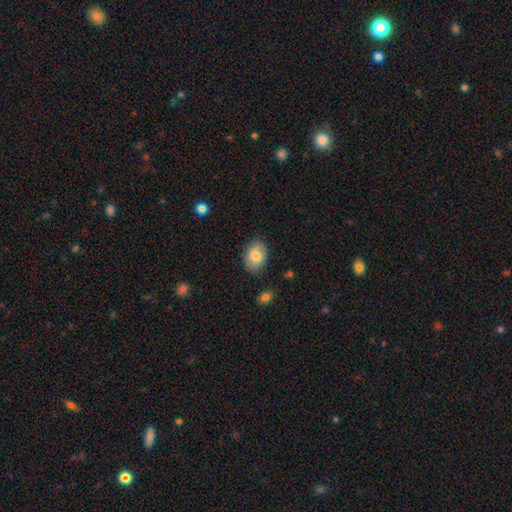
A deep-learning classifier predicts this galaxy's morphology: Smooth or featured: smooth — 78% (featured or disk — 15%)
How rounded: in between — 75% (round — 24%)
Merging: none — 84% (minor disturbance — 12%)